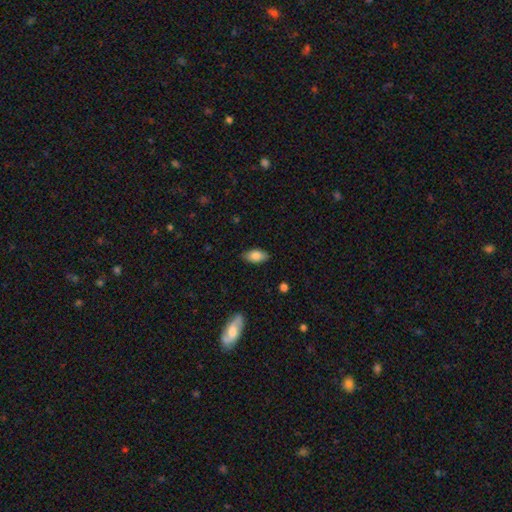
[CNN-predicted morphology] type=smooth (83%); roundness=in between (92%); merging=none (85%).